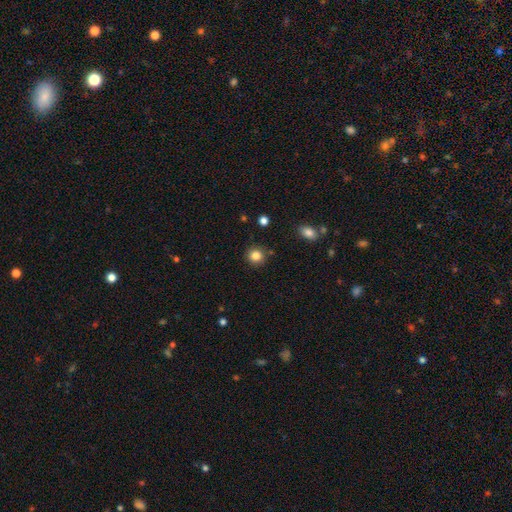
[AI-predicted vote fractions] A smooth galaxy with no disk features (84%) that is round (89%). Merging: none (88%).